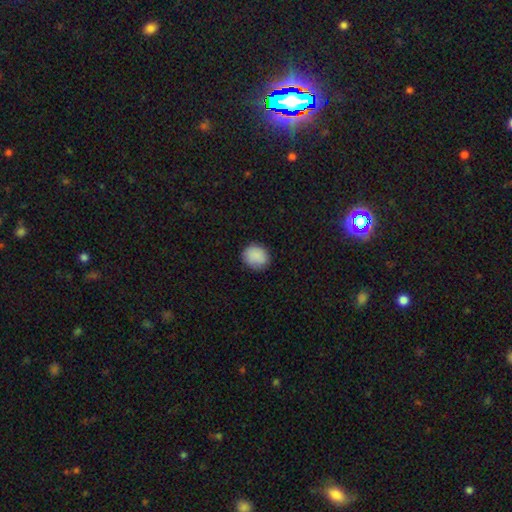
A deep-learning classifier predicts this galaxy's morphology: A smooth galaxy with no disk features (88%) that is round (69%).

Vote fractions:
- Smooth or featured? smooth: 88% / star or artifact: 8% / featured or disk: 4%
- How rounded? round: 69% / in between: 30% / cigar-shaped: 1%
- Merging? none: 85% / minor disturbance: 12% / major disturbance: 3% / merger: 1%